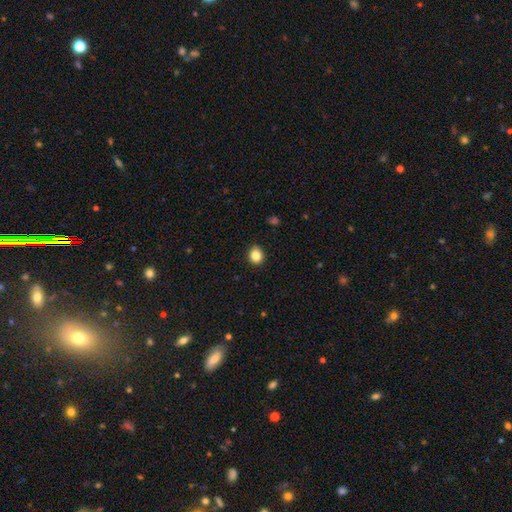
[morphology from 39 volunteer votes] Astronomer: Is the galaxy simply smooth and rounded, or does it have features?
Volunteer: smooth — 85%.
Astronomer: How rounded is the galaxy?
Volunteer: round — 73%.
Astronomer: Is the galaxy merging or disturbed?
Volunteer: none — 80%.